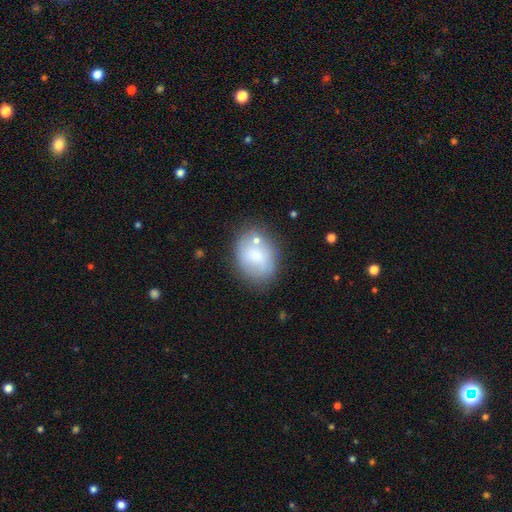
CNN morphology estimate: type=smooth (73%); roundness=in between (65%); merging=none (59%).